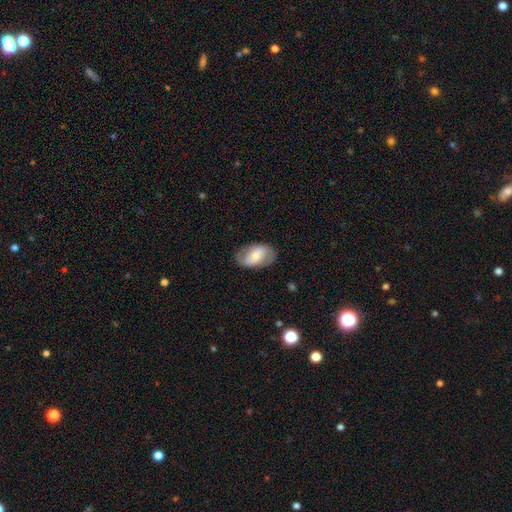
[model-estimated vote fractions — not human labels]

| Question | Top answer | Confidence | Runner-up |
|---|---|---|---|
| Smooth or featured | smooth | 52% | featured or disk (42%) |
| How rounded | in between | 90% | round (9%) |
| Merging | none | 78% | minor disturbance (15%) |